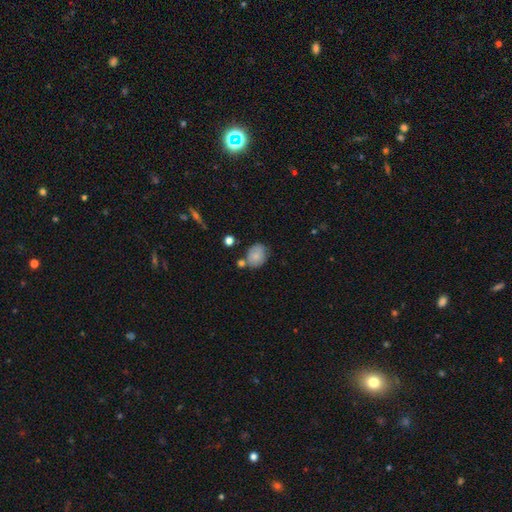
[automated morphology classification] Smooth or featured? Predicted: smooth (p=0.77). How rounded? Predicted: in between (p=0.54). Merging? Predicted: none (p=0.61).